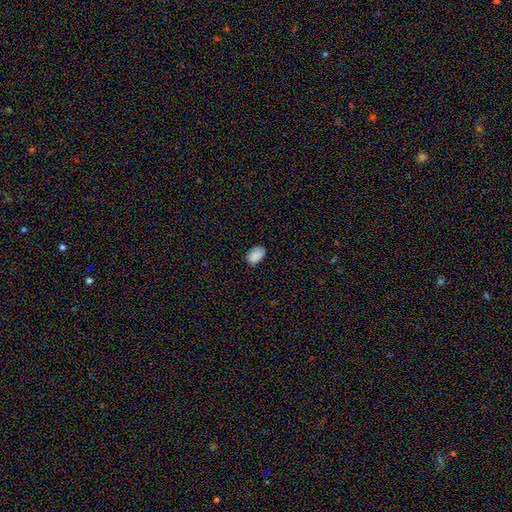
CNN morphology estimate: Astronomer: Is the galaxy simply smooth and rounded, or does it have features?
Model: smooth — 88%.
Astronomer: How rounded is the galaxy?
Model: in between — 88%.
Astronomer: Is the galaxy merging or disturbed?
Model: none — 79%.